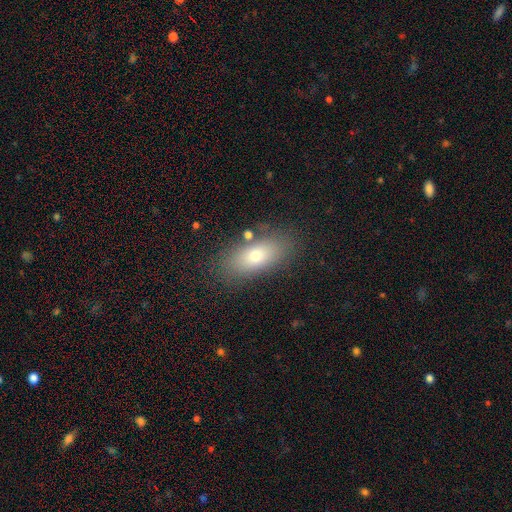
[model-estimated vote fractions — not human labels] Smooth or featured: smooth — 71% (featured or disk — 18%)
How rounded: in between — 80% (cigar-shaped — 14%)
Merging: none — 82% (minor disturbance — 11%)